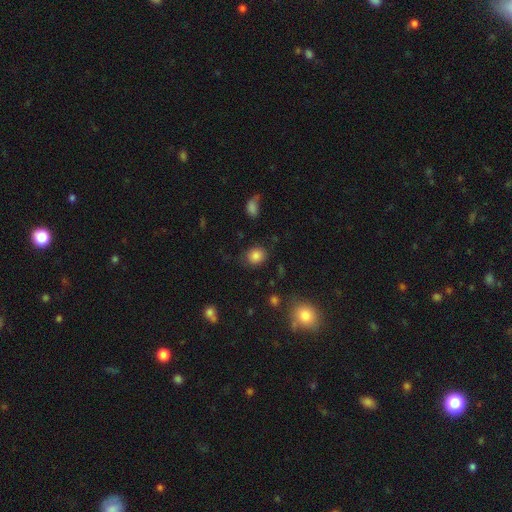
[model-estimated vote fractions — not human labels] Smooth or featured? smooth (84%)
How rounded? round (68%)
Merging? none (82%)